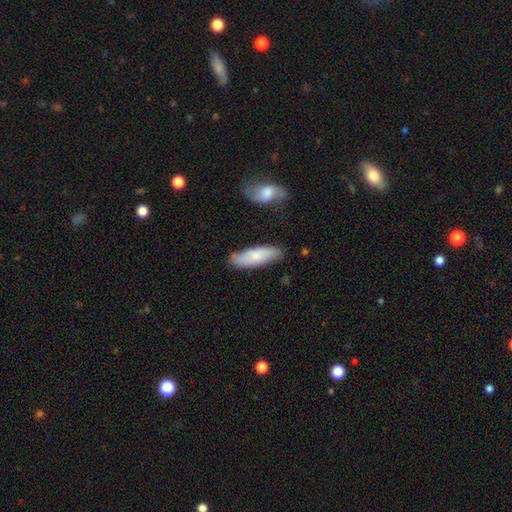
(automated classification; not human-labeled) This appears to be a smooth galaxy with no disk features (75%) that is in between round and cigar-shaped (54%). Merging: none (78%).